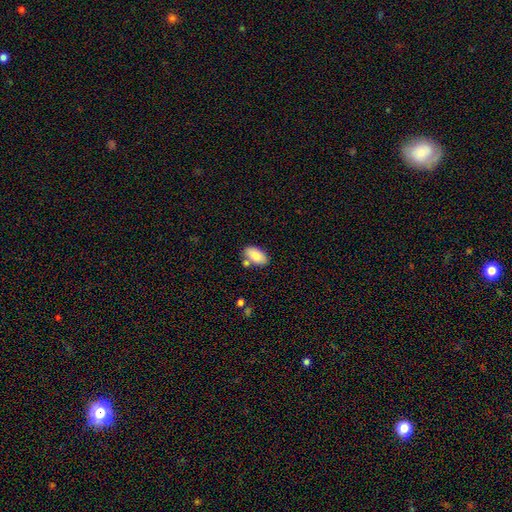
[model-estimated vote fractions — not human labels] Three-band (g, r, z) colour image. It shows a smooth galaxy with no disk features (83%) that is in between round and cigar-shaped (94%). Merging: none (72%).